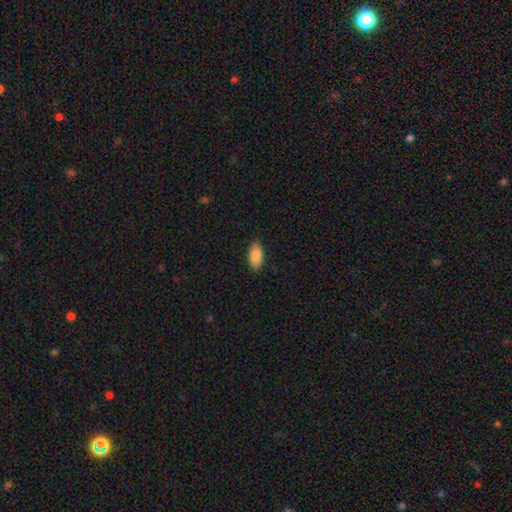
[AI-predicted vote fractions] This is clearly a smooth galaxy (89%). How rounded: clearly in between (92%). Merging: clearly none (87%).